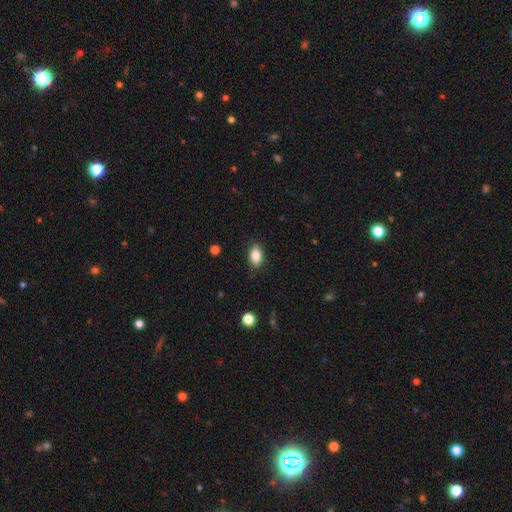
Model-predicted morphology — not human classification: Smooth or featured?
  - smooth: 84% *
  - featured or disk: 8%
  - star or artifact: 8%
How rounded?
  - in between: 88% *
  - round: 9%
  - cigar-shaped: 3%
Merging?
  - none: 86% *
  - minor disturbance: 10%
  - major disturbance: 2%
  - merger: 1%